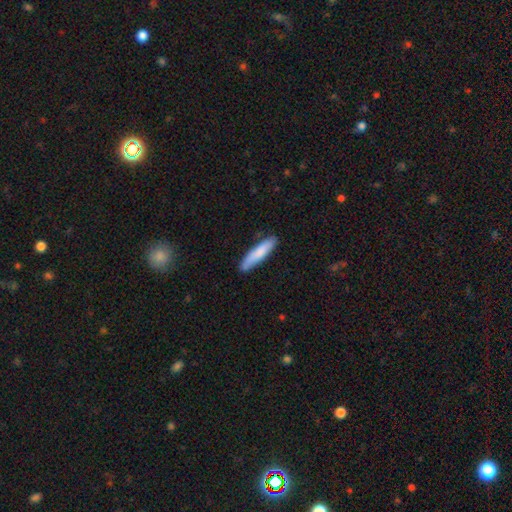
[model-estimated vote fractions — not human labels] smooth_or_featured: smooth (p=0.80) [alt: featured or disk p=0.15]
how_rounded: cigar-shaped (p=0.85) [alt: in between p=0.14]
merging: none (p=0.84) [alt: minor disturbance p=0.13]